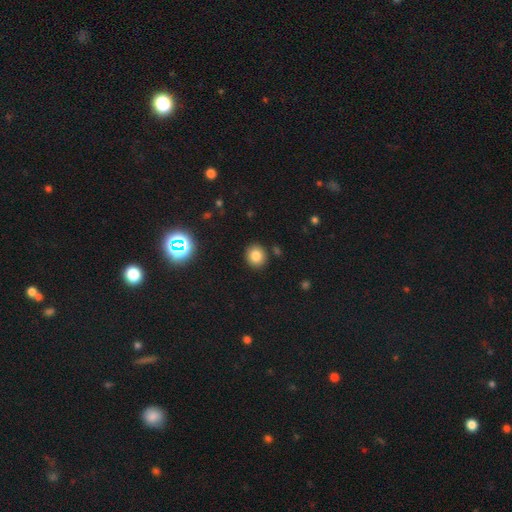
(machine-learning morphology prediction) Q: Smooth or featured?
A: smooth (81%); runner-up: star or artifact (13%)
Q: How rounded?
A: round (82%); runner-up: in between (17%)
Q: Merging?
A: none (89%); runner-up: minor disturbance (6%)